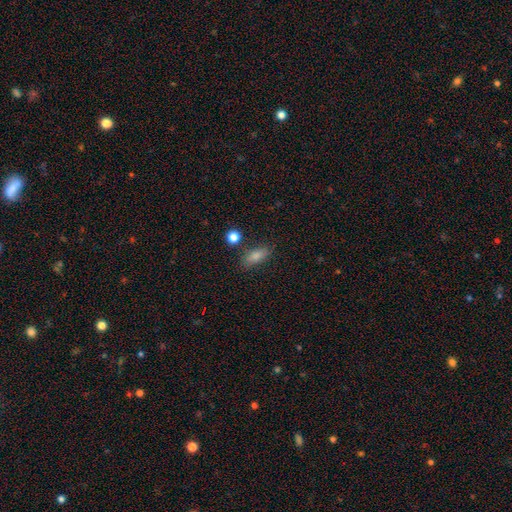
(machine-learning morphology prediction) The model was most divided on "how rounded": in between: 71%, cigar-shaped: 23%, round: 6%. More confident: merging — none (80%); smooth or featured — smooth (78%).